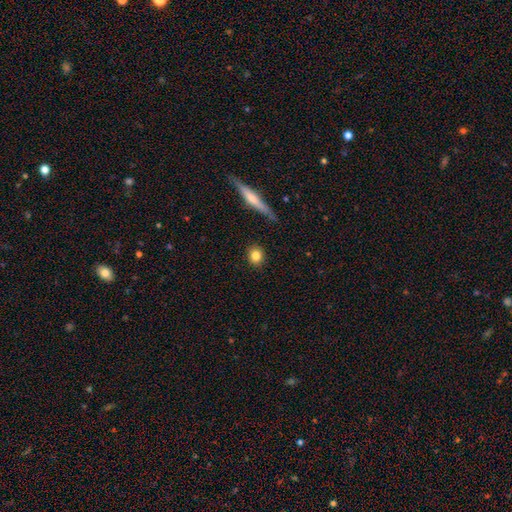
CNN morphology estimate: Q: Smooth or featured?
A: smooth (82%); runner-up: featured or disk (9%)
Q: How rounded?
A: round (77%); runner-up: in between (20%)
Q: Merging?
A: none (89%); runner-up: minor disturbance (7%)